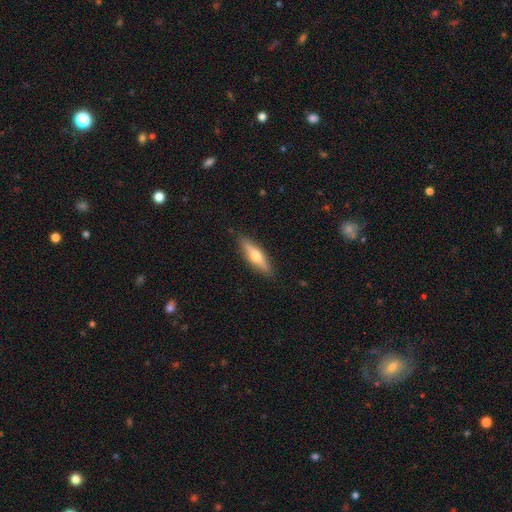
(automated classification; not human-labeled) Smooth or featured? Predicted: featured or disk (p=0.51). Edge-on disk? Predicted: yes (p=0.92). Merging? Predicted: none (p=0.88).